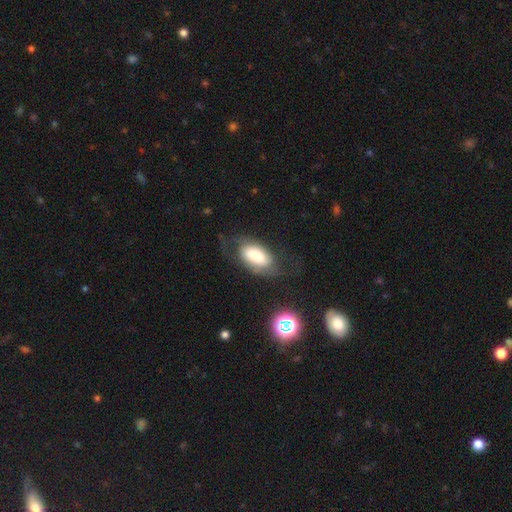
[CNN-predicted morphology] Smooth or featured: smooth — 56% (featured or disk — 35%)
How rounded: in between — 93% (cigar-shaped — 4%)
Merging: none — 57% (minor disturbance — 21%)